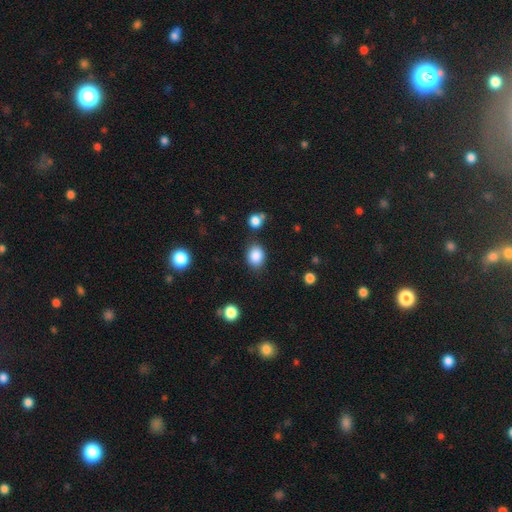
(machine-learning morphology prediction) This is clearly a smooth galaxy (87%). How rounded: possibly in between (59%). Merging: clearly none (81%).